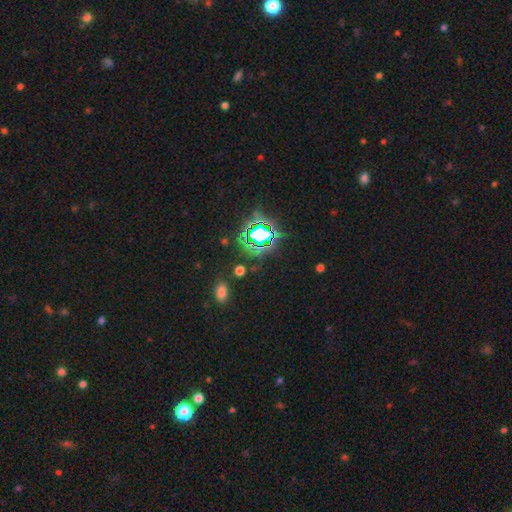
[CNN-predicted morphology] star or artifact 79%, smooth 14%, featured or disk 7%.